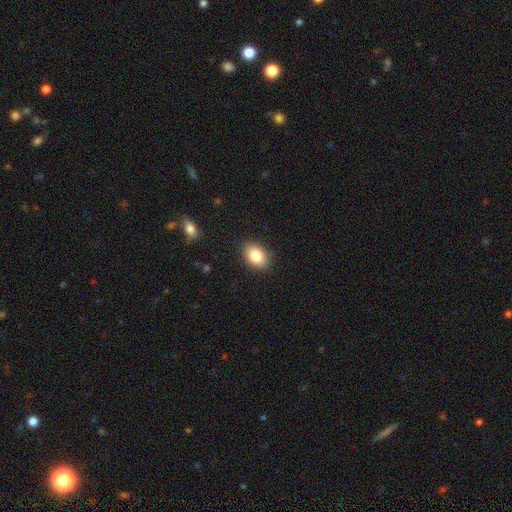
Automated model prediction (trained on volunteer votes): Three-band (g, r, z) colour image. It shows a smooth galaxy with no disk features (84%) that is in between round and cigar-shaped (85%). Merging: none (87%).